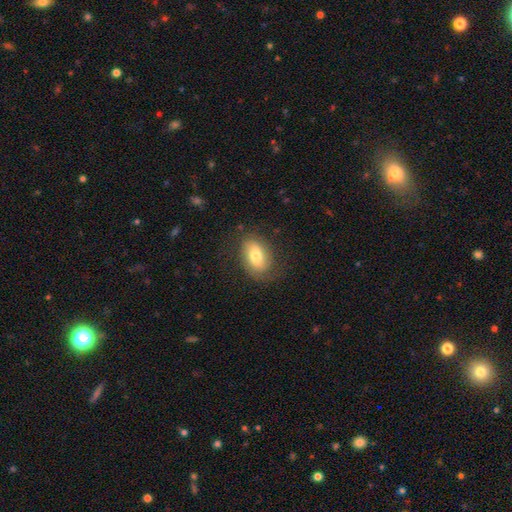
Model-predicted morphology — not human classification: smooth-or-featured: smooth: 66% | featured or disk: 27% | star or artifact: 8%
  how-rounded: in between: 85% | round: 14% | cigar-shaped: 2%
  merging: none: 74% | minor disturbance: 17% | major disturbance: 7% | merger: 1%